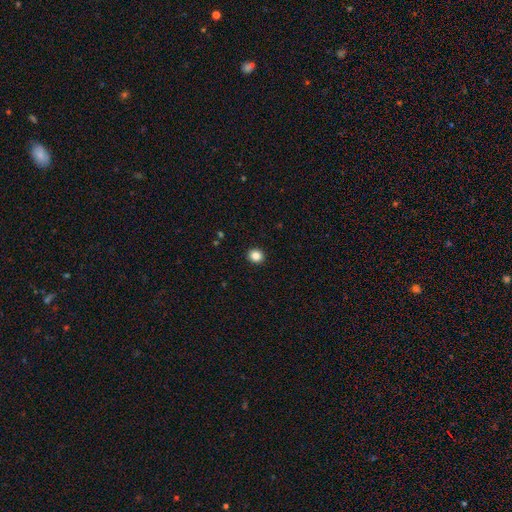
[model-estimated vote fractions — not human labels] Smooth or featured? smooth (85%)
How rounded? round (81%)
Merging? none (93%)